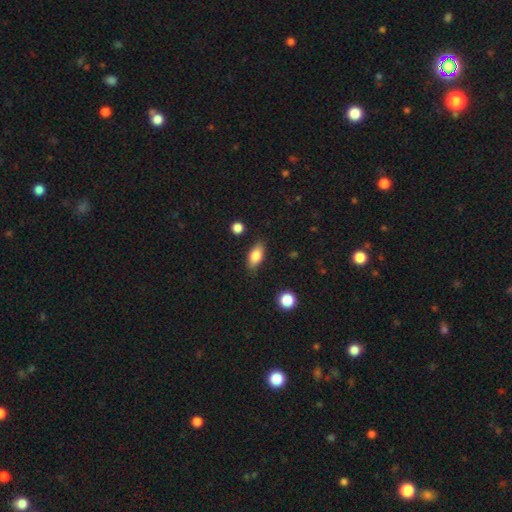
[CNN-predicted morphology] Smooth or featured? smooth (80%)
How rounded? in between (86%)
Merging? none (84%)